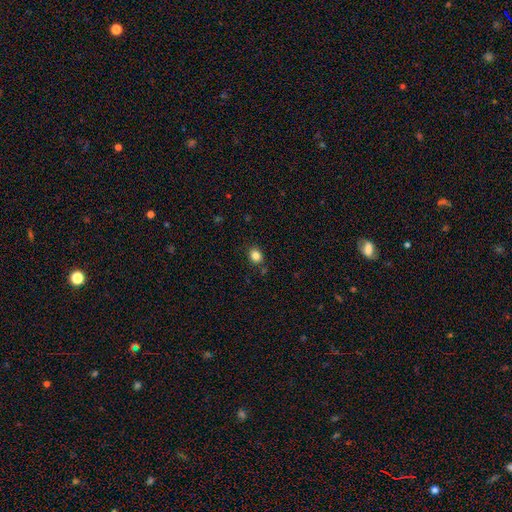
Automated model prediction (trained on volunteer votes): smooth 84%, star or artifact 11%, featured or disk 5%. Down the decision tree: how rounded — round (58%); merging — none (85%).